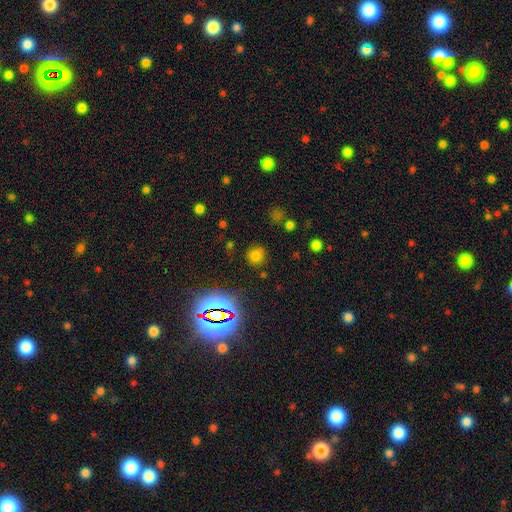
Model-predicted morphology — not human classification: A smooth galaxy with no disk features (69%) that is round (89%).

Vote fractions:
- Smooth or featured? smooth: 69% / star or artifact: 24% / featured or disk: 7%
- How rounded? round: 89% / in between: 10% / cigar-shaped: 1%
- Merging? none: 85% / minor disturbance: 9% / major disturbance: 3% / merger: 3%